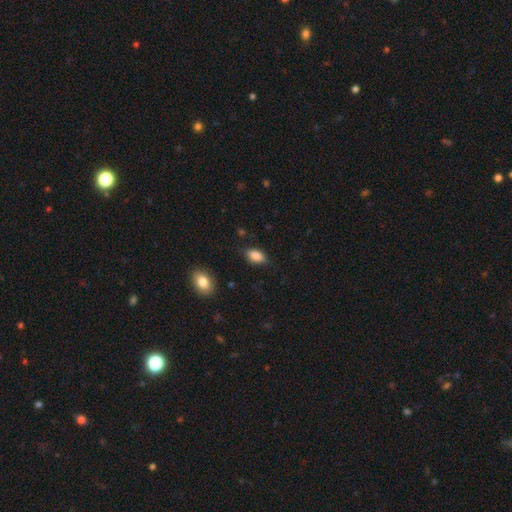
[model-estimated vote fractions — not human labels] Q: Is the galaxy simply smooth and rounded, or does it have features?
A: smooth — 84%.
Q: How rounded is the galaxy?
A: in between — 89%.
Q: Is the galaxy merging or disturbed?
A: none — 78%.